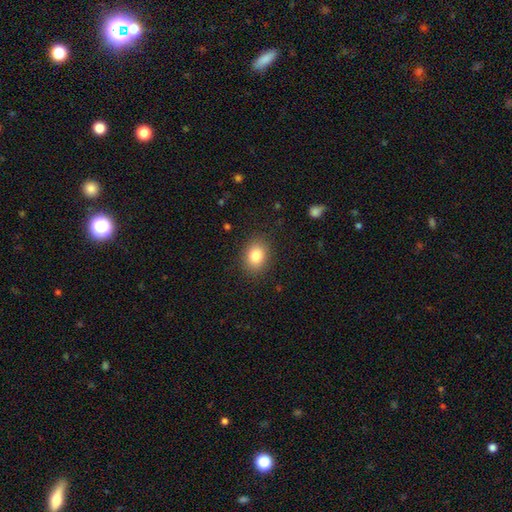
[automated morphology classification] Smooth or featured? smooth (84%)
How rounded? in between (60%)
Merging? none (87%)